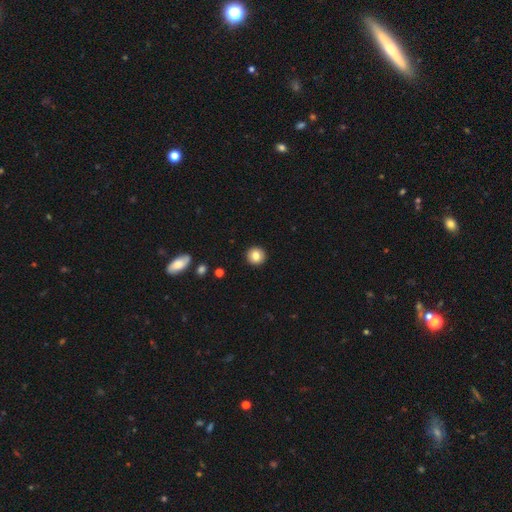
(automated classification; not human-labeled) A smooth galaxy with no disk features (83%) that is round (94%). Merging: none (93%).